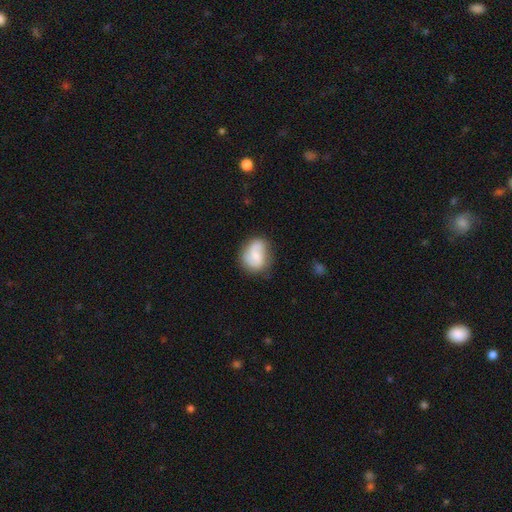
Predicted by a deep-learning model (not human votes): The model was most divided on "smooth or featured": featured or disk: 51%, smooth: 42%, star or artifact: 7%. More confident: edge-on disk — no (97%); merging — none (66%).